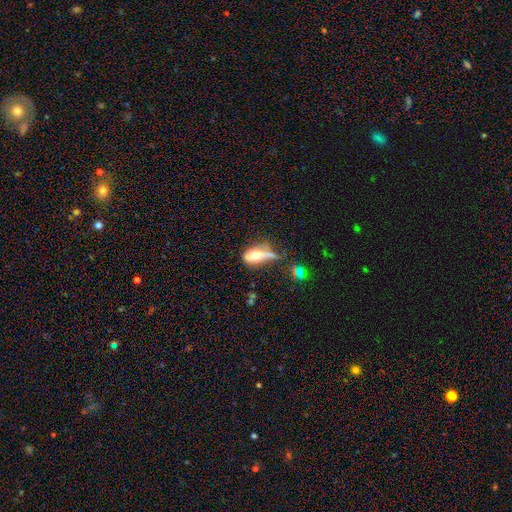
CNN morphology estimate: smooth_or_featured: smooth (p=0.48) [alt: featured or disk p=0.41]
merging: major disturbance (p=0.30) [alt: none p=0.26]